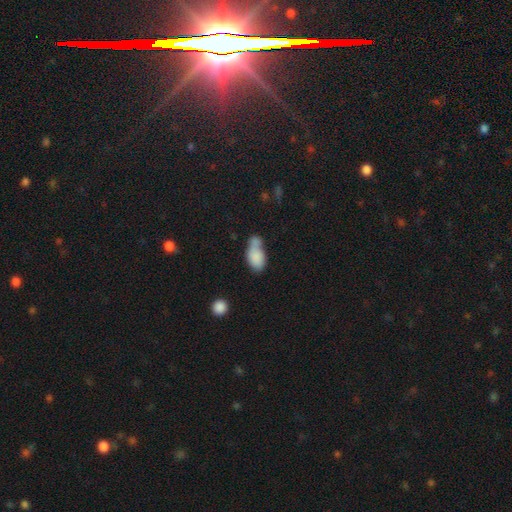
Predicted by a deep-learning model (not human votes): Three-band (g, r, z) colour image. It shows a smooth galaxy with no disk features (82%) that is in between round and cigar-shaped (89%). Merging: merger (41%).